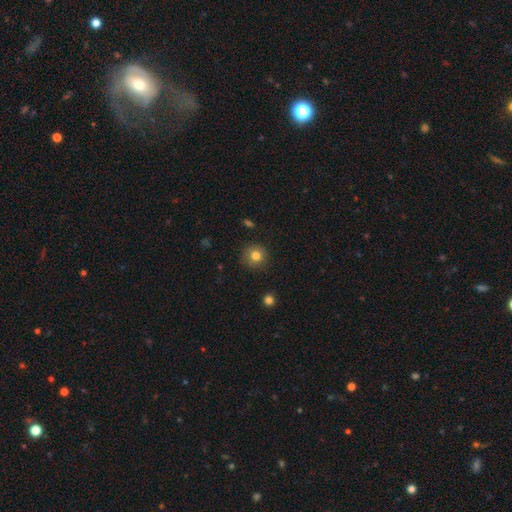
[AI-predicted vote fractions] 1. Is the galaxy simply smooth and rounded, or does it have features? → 81% smooth, 11% star or artifact, 8% featured or disk.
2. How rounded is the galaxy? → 93% round, 6% in between, 1% cigar-shaped.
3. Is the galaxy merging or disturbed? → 88% none, 9% minor disturbance, 2% major disturbance, 1% merger.